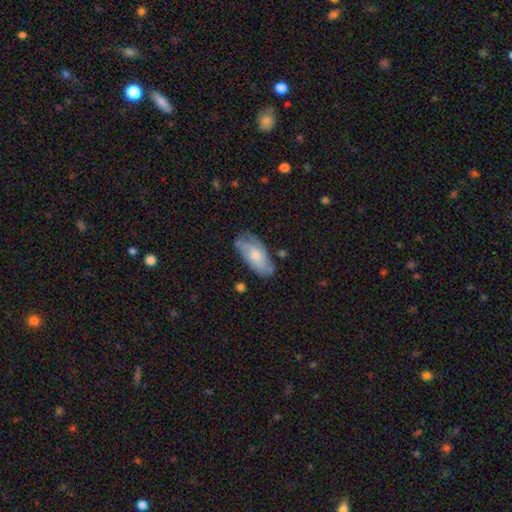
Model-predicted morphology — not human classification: Q: Smooth or featured?
A: smooth (54%); runner-up: featured or disk (40%)
Q: How rounded?
A: in between (90%); runner-up: cigar-shaped (7%)
Q: Merging?
A: none (58%); runner-up: minor disturbance (29%)